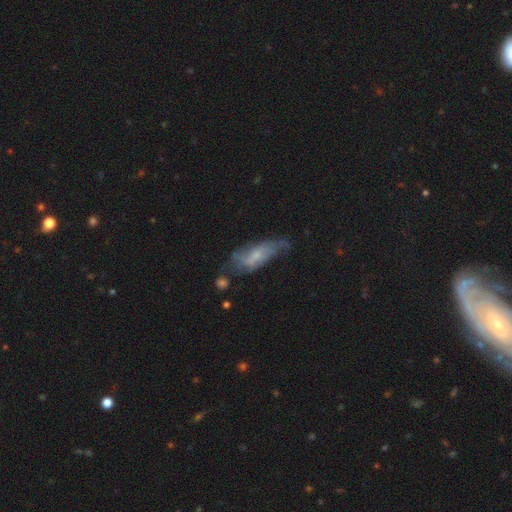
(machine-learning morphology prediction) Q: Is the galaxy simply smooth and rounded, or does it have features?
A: featured or disk — 54%.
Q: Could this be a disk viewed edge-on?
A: no — 85%.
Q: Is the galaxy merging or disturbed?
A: none — 39%.